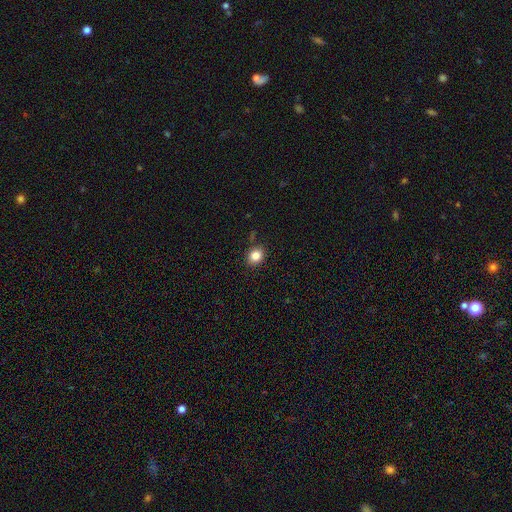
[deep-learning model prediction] smooth_or_featured: smooth (p=0.84) [alt: star or artifact p=0.11]
how_rounded: round (p=0.66) [alt: in between p=0.33]
merging: none (p=0.86) [alt: minor disturbance p=0.09]